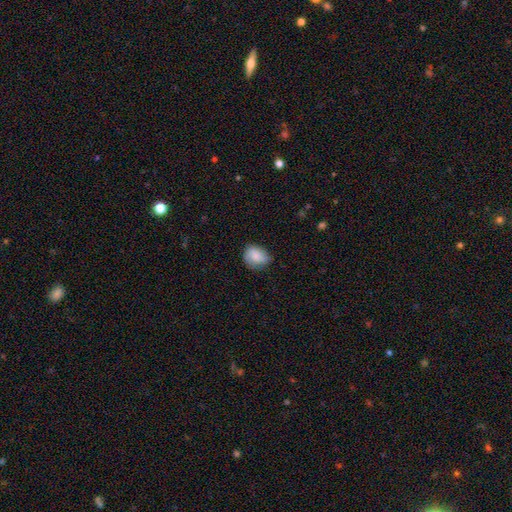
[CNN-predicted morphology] Smooth or featured? Predicted: smooth (p=0.82). How rounded? Predicted: round (p=0.51). Merging? Predicted: none (p=0.61).